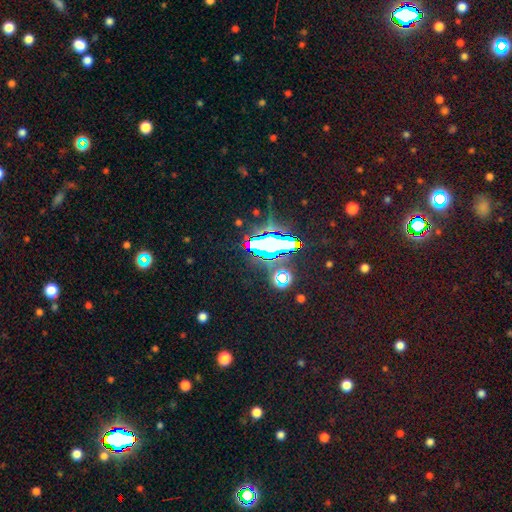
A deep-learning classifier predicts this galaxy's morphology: The model was most divided on "smooth or featured": star or artifact: 69%, smooth: 19%, featured or disk: 12%.